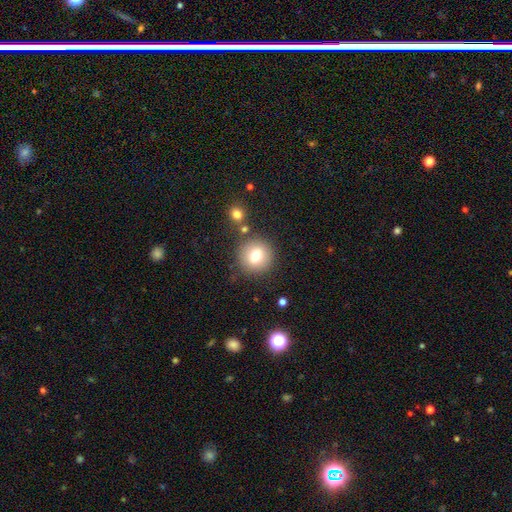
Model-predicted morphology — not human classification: Smooth or featured? Predicted: smooth (p=0.74). How rounded? Predicted: round (p=0.92). Merging? Predicted: none (p=0.82).